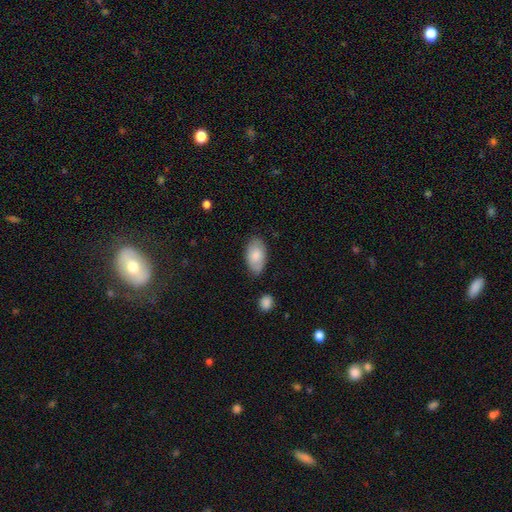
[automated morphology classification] Overall: smooth (80%). How rounded: in between (94%). Merging: none (75%).